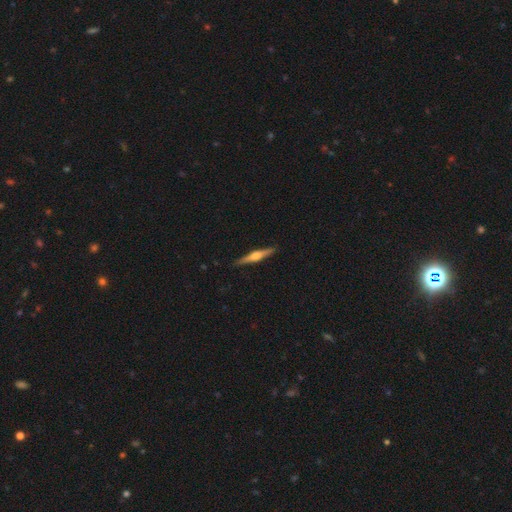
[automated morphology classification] featured or disk 70%, smooth 25%, star or artifact 6%. Down the decision tree: edge-on disk — yes (98%); edge-on bulge — rounded (87%); merging — none (91%).